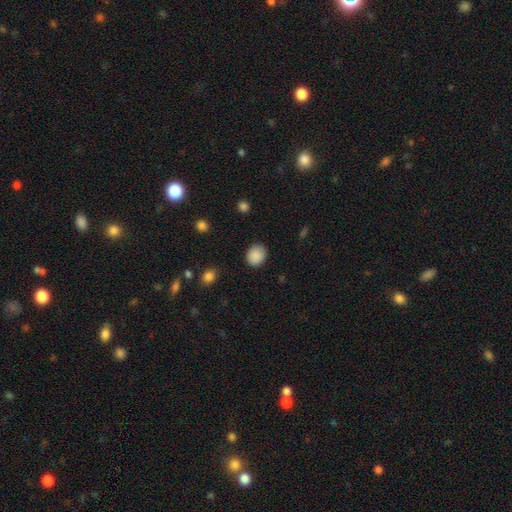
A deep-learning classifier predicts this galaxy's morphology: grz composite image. It shows a smooth galaxy with no disk features (89%) that is round (64%). Merging: none (86%).